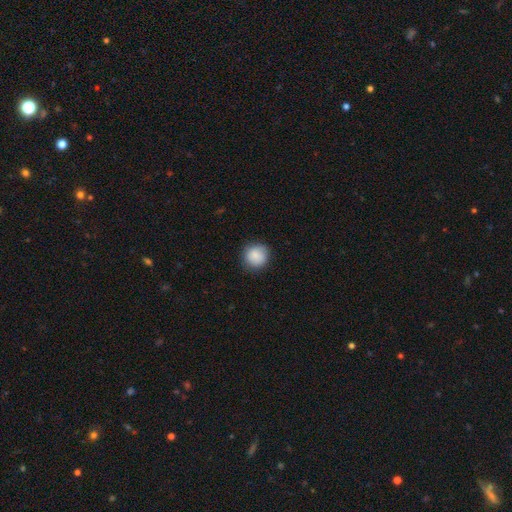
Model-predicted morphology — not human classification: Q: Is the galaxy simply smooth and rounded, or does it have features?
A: smooth — 87%.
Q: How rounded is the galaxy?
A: round — 92%.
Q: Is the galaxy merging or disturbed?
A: none — 85%.